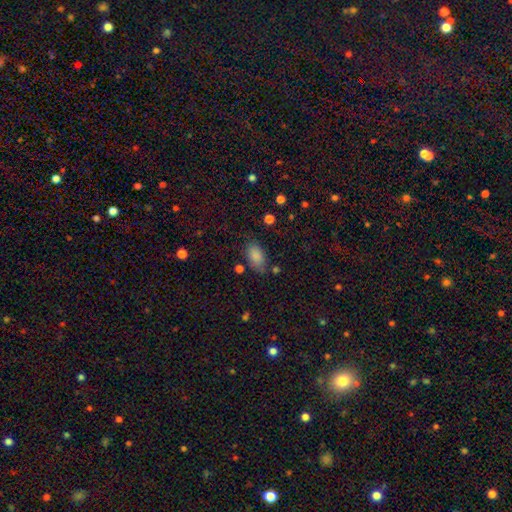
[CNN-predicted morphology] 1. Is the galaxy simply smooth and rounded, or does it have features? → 85% smooth, 9% star or artifact, 6% featured or disk.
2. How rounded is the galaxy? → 92% in between, 6% round, 2% cigar-shaped.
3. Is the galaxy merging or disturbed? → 73% none, 18% minor disturbance, 5% major disturbance, 4% merger.